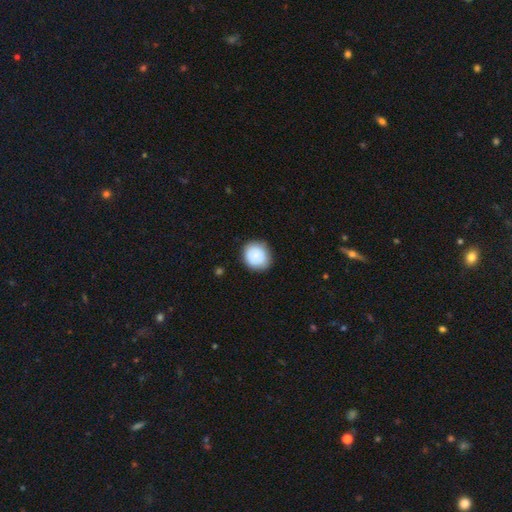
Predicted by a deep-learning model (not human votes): A smooth galaxy with no disk features (80%) that is round (82%).

Vote fractions:
- Smooth or featured? smooth: 80% / featured or disk: 13% / star or artifact: 7%
- How rounded? round: 82% / in between: 17% / cigar-shaped: 1%
- Merging? none: 84% / minor disturbance: 12% / major disturbance: 3% / merger: 1%